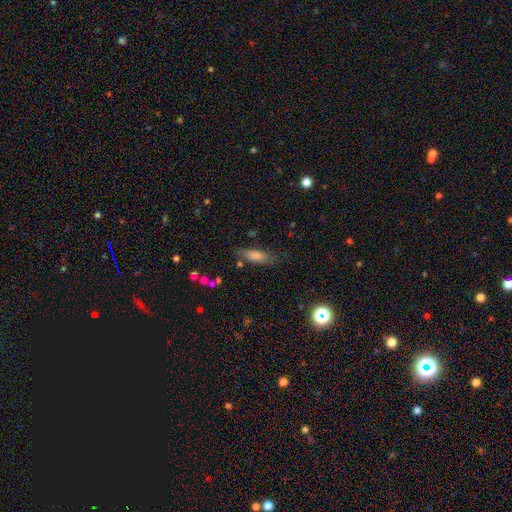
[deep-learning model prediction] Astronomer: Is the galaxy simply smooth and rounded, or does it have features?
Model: smooth — 76%.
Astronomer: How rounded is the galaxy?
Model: in between — 54% (runner-up: cigar-shaped, 43%).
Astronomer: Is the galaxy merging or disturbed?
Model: none — 72%.